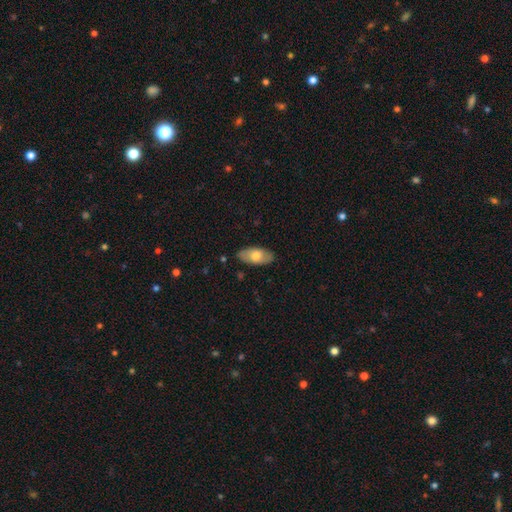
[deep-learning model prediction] A smooth galaxy with no disk features (69%) that is in between round and cigar-shaped (93%). Merging: none (84%).